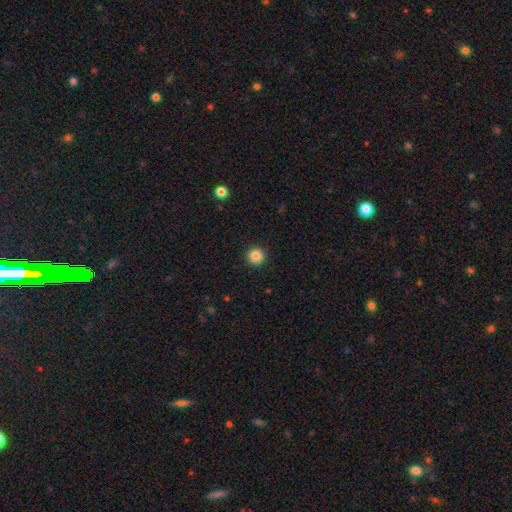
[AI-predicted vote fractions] Smooth or featured: smooth — 86% (star or artifact — 10%)
How rounded: round — 96% (in between — 3%)
Merging: none — 93% (minor disturbance — 4%)